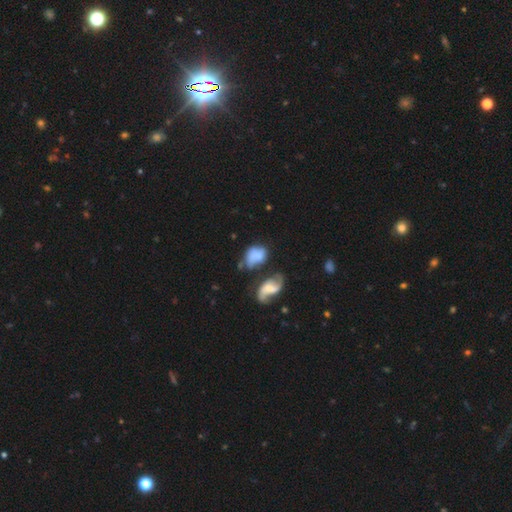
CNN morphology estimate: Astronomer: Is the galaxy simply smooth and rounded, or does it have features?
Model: smooth — 55% (runner-up: featured or disk, 34%).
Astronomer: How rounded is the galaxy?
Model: in between — 66%.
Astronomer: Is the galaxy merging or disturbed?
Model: none — 30%, tied with merger at 30%.